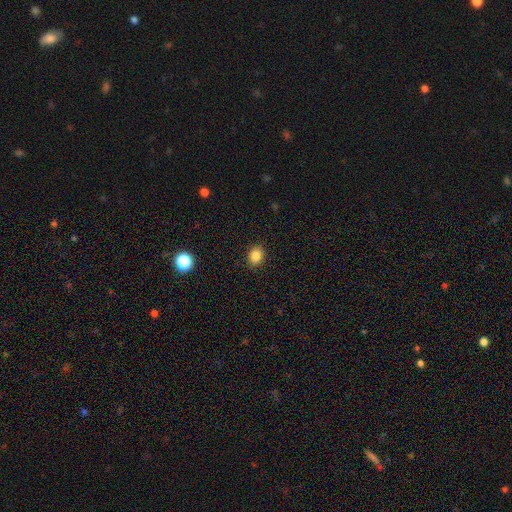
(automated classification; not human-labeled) smooth-or-featured: smooth: 84% | star or artifact: 10% | featured or disk: 5%
  how-rounded: round: 57% | in between: 42% | cigar-shaped: 1%
  merging: none: 90% | minor disturbance: 7% | major disturbance: 2% | merger: 1%